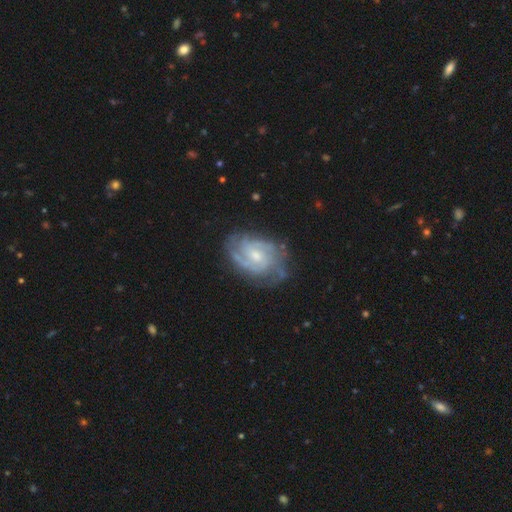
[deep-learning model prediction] featured or disk 87%, smooth 8%, star or artifact 5%. Down the decision tree: edge-on disk — no (98%); bar — no (53%); spiral arms — yes (96%); spiral arm count — 2 (31%); spiral winding — tight (58%); bulge size — small (48%); merging — none (69%).